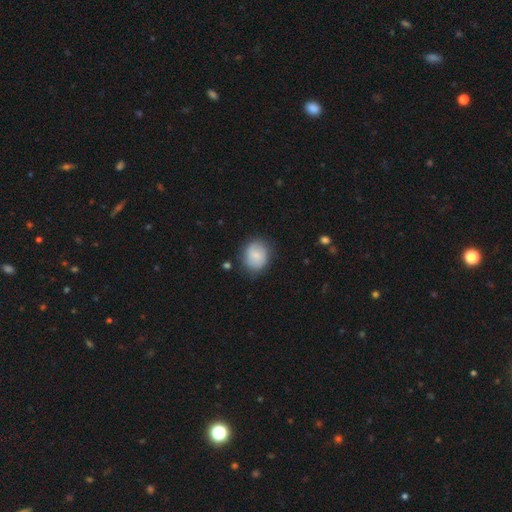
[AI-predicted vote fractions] Smooth or featured?
  - smooth: 82% *
  - featured or disk: 11%
  - star or artifact: 7%
How rounded?
  - round: 67% *
  - in between: 32%
  - cigar-shaped: 1%
Merging?
  - none: 77% *
  - minor disturbance: 17%
  - major disturbance: 4%
  - merger: 2%